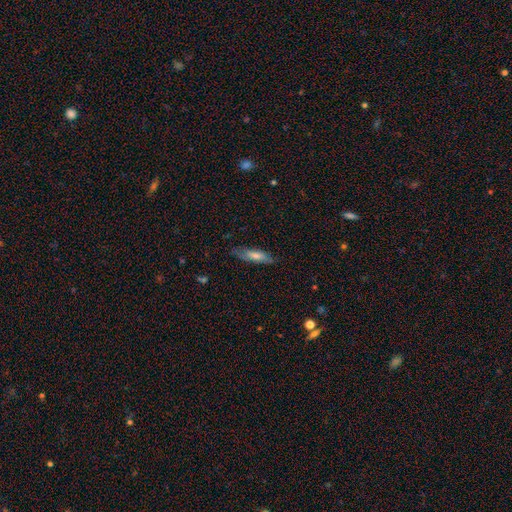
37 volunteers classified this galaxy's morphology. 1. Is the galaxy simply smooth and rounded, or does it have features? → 78% smooth, 22% featured or disk, 0% star or artifact.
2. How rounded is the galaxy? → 52% in between, 48% cigar-shaped, 0% round.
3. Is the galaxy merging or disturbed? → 76% none, 19% minor disturbance, 5% major disturbance, 0% merger.